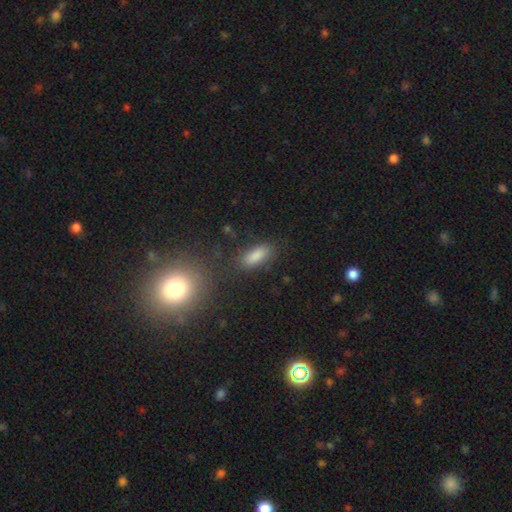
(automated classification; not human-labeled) Smooth or featured? smooth (81%)
How rounded? in between (76%)
Merging? none (80%)